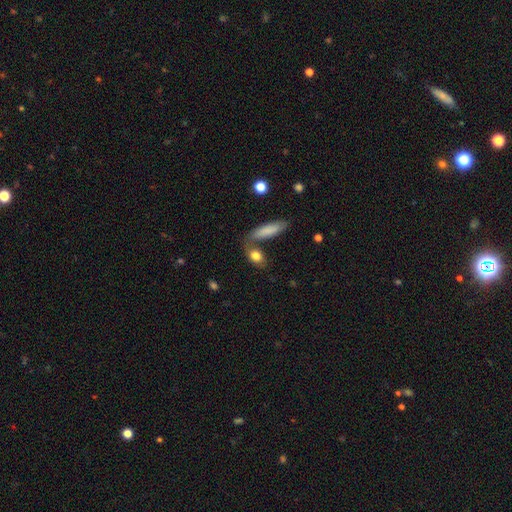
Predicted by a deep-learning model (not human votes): A smooth galaxy with no disk features (81%) that is in between round and cigar-shaped (66%).

Vote fractions:
- Smooth or featured? smooth: 81% / featured or disk: 11% / star or artifact: 8%
- How rounded? in between: 66% / round: 22% / cigar-shaped: 12%
- Merging? none: 59% / merger: 20% / minor disturbance: 15% / major disturbance: 6%